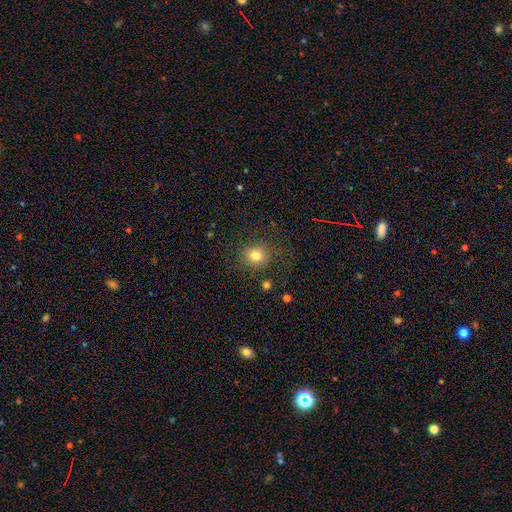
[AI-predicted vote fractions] Q: Smooth or featured?
A: smooth (80%); runner-up: star or artifact (13%)
Q: How rounded?
A: round (81%); runner-up: in between (18%)
Q: Merging?
A: none (83%); runner-up: minor disturbance (11%)